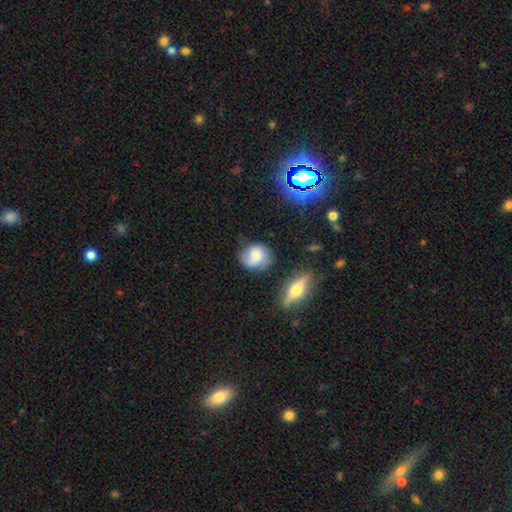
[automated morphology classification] A smooth galaxy with no disk features (54%) that is round (66%). Merging: none (63%).